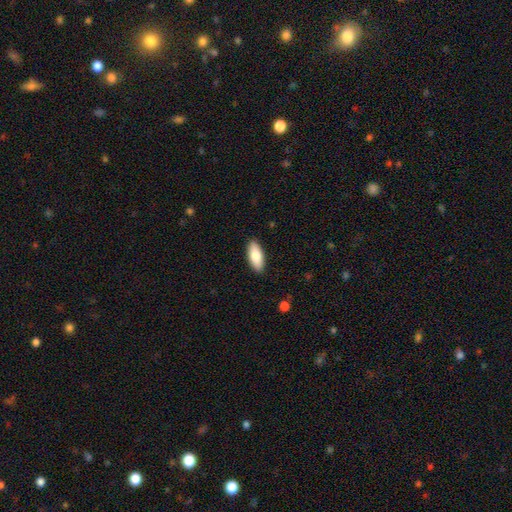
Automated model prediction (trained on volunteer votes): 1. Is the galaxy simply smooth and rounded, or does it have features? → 80% smooth, 14% featured or disk, 6% star or artifact.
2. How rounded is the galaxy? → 80% in between, 18% cigar-shaped, 2% round.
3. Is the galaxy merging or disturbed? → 90% none, 8% minor disturbance, 2% major disturbance, 1% merger.